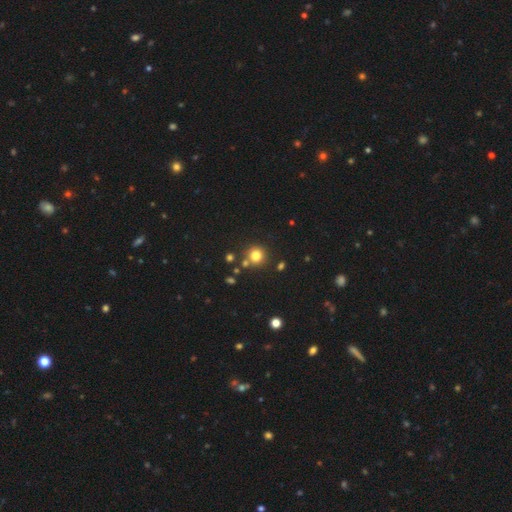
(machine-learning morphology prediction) smooth-or-featured: smooth: 79% | star or artifact: 15% | featured or disk: 6%
  how-rounded: round: 93% | in between: 6% | cigar-shaped: 1%
  merging: none: 78% | merger: 10% | minor disturbance: 9% | major disturbance: 3%